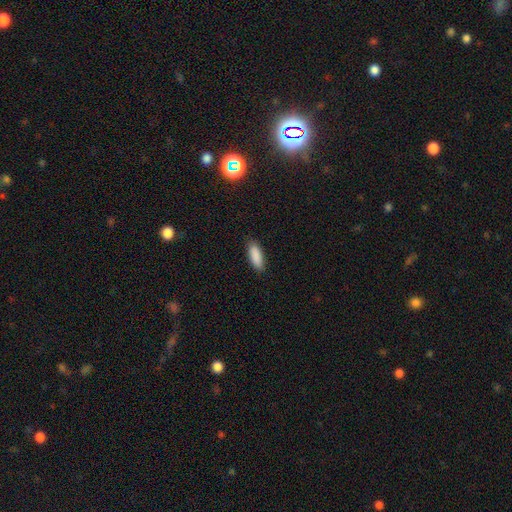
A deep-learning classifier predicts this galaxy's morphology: smooth 90%, star or artifact 6%, featured or disk 4%. Down the decision tree: how rounded — in between (67%); merging — none (88%).